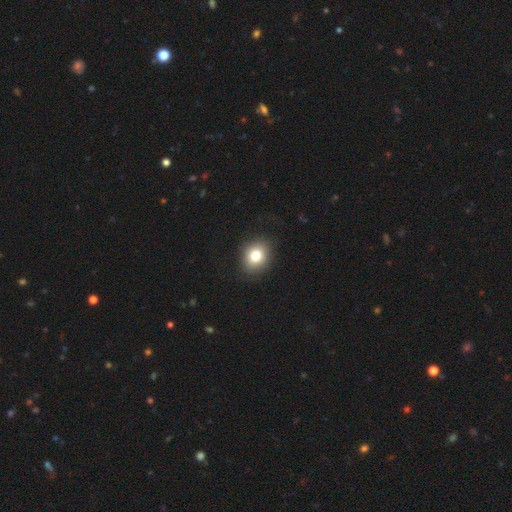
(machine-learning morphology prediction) A smooth galaxy with no disk features (78%) that is round (65%).

Vote fractions:
- Smooth or featured? smooth: 78% / star or artifact: 12% / featured or disk: 10%
- How rounded? round: 65% / in between: 35% / cigar-shaped: 1%
- Merging? none: 88% / minor disturbance: 9% / major disturbance: 3% / merger: 1%